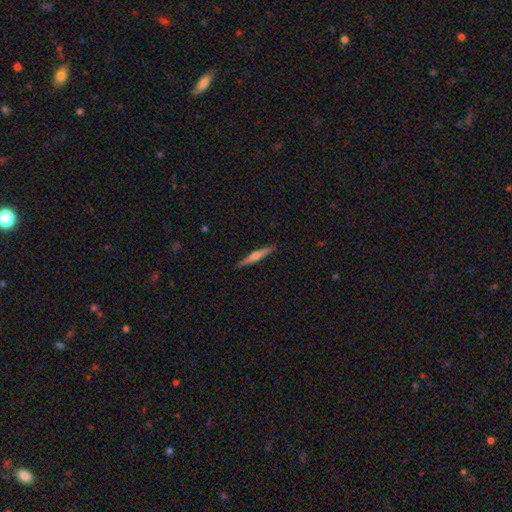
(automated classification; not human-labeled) A featured or disk galaxy (65%) viewed edge-on (98%) with a rounded central bulge (79%). Merging: none (91%).